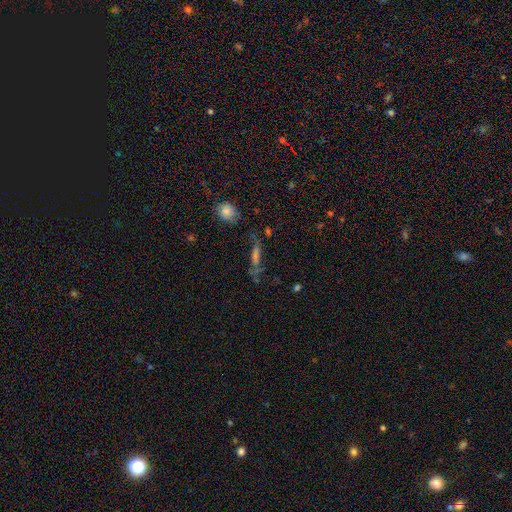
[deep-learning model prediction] Smooth or featured? smooth (37%)
Merging? none (60%)